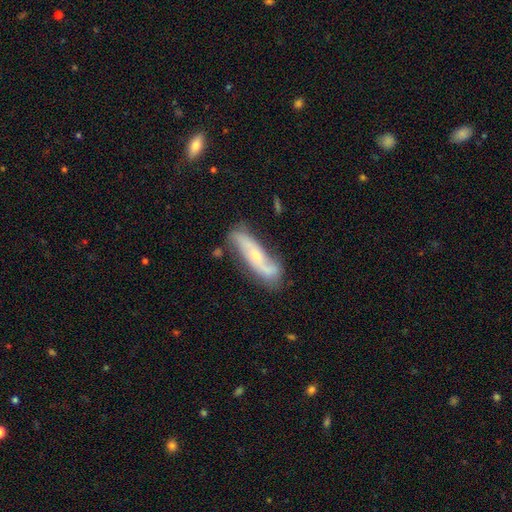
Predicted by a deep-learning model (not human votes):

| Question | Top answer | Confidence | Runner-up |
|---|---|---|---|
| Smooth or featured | featured or disk | 73% | smooth (21%) |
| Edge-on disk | no | 76% | yes (24%) |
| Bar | no | 62% | weak (24%) |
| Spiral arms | yes | 88% | no (12%) |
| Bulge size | small | 58% | moderate (38%) |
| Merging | none | 66% | minor disturbance (22%) |